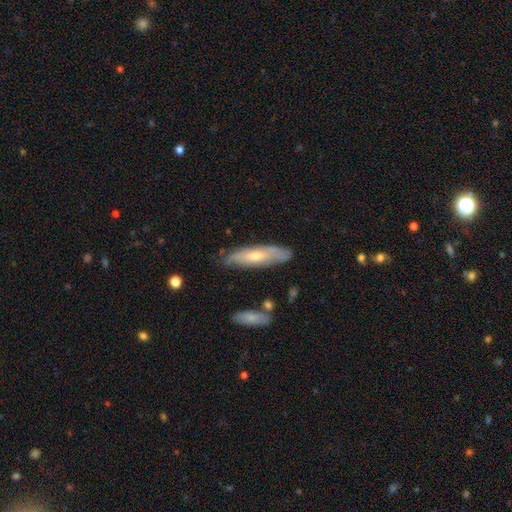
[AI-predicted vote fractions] This is possibly a featured or disk galaxy (48%). Merging: likely none (73%).